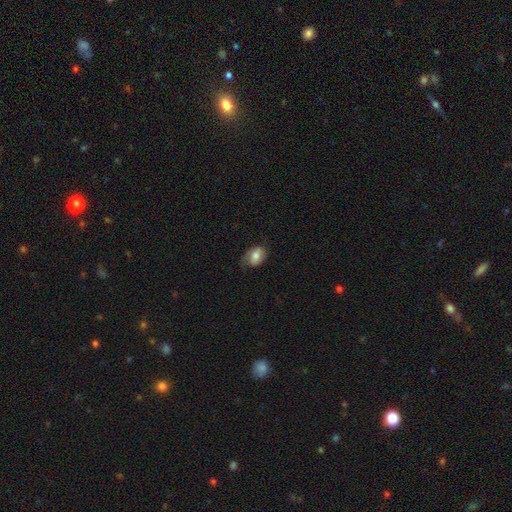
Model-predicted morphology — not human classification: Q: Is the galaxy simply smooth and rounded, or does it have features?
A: smooth — 63%.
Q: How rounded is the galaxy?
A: in between — 74%.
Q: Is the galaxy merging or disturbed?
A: none — 53%.